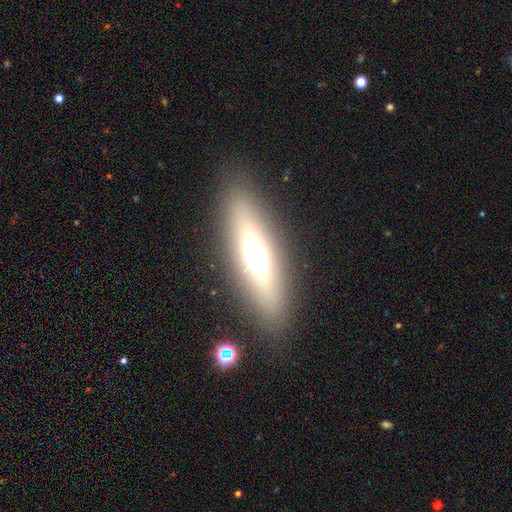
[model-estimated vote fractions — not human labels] A featured or disk galaxy (45%). Merging: none (86%).